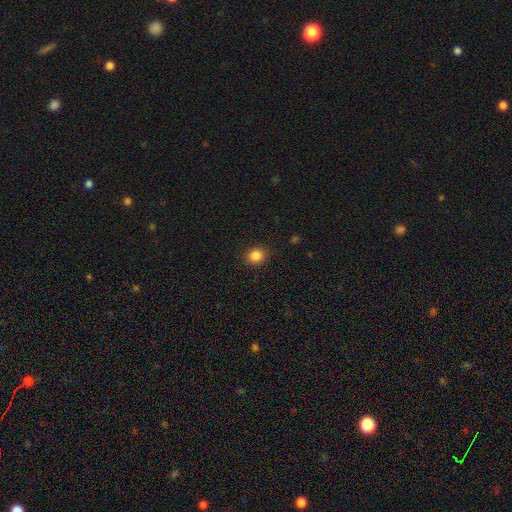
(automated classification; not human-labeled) smooth 85%, star or artifact 11%, featured or disk 4%. Down the decision tree: how rounded — round (80%); merging — none (89%).